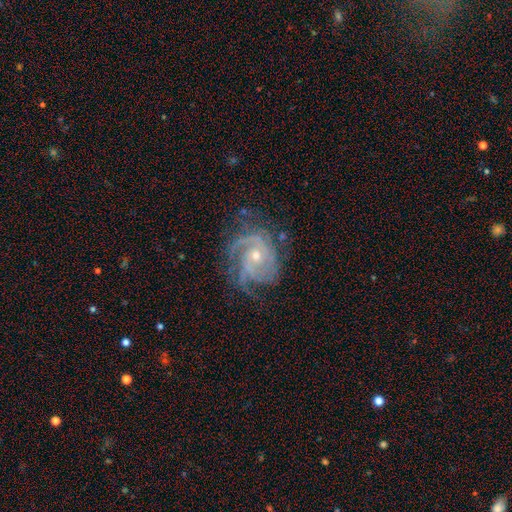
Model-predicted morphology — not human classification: This appears to be a featured or disk galaxy (89%) with no bar (70%), 3 (35%) tight (58%) spiral arms (97%) and a small central bulge (52%). Merging: none (66%).